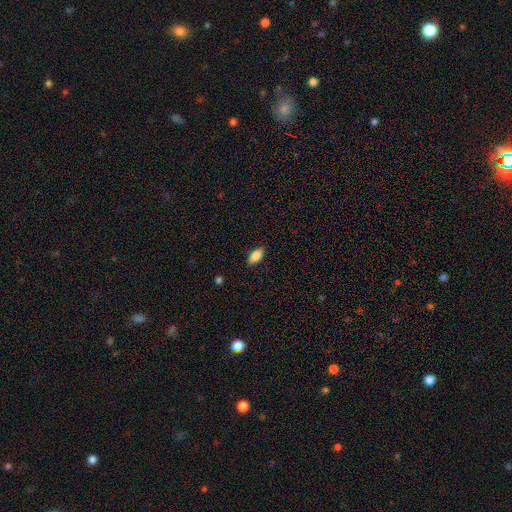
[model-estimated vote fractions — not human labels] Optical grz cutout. It shows a smooth galaxy with no disk features (82%) that is in between round and cigar-shaped (88%). Merging: none (88%).